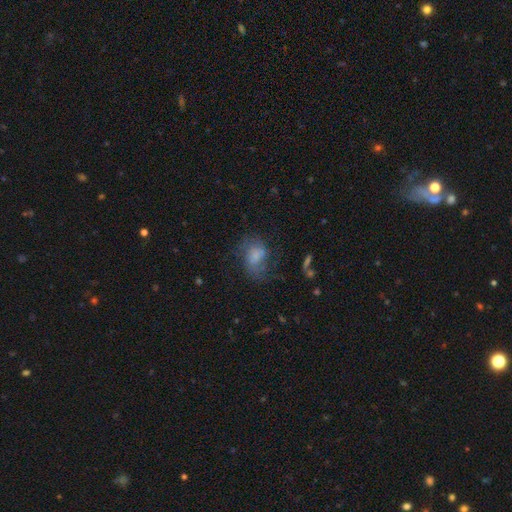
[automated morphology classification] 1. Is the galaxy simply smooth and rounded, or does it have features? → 49% smooth, 38% featured or disk, 12% star or artifact.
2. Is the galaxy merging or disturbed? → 42% none, 29% major disturbance, 24% minor disturbance, 5% merger.